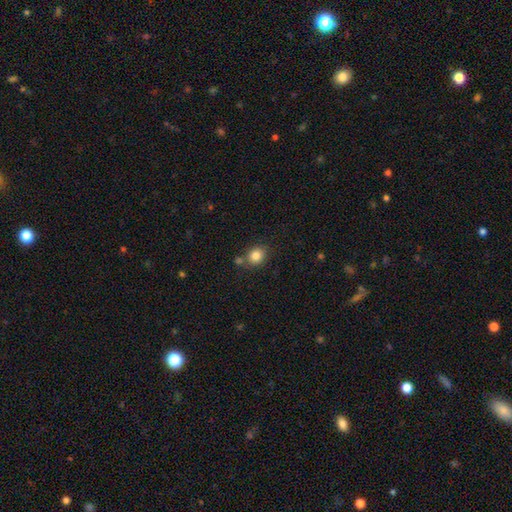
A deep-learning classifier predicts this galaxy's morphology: This is clearly a smooth galaxy (83%). How rounded: likely round (67%). Merging: likely none (70%).